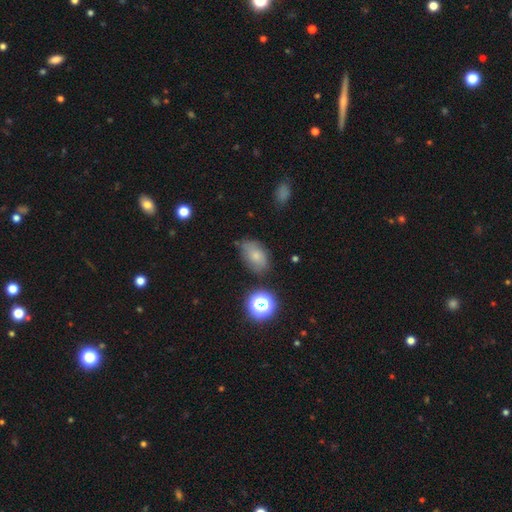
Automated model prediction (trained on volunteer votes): Smooth or featured?
  - smooth: 67% *
  - featured or disk: 19%
  - star or artifact: 14%
How rounded?
  - in between: 83% *
  - round: 15%
  - cigar-shaped: 2%
Merging?
  - none: 66% *
  - minor disturbance: 24%
  - major disturbance: 7%
  - merger: 4%